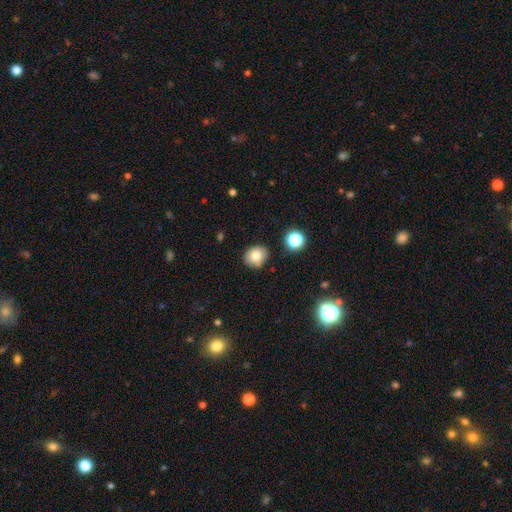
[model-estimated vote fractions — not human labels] A smooth galaxy with no disk features (78%) that is round (71%). Merging: none (83%).